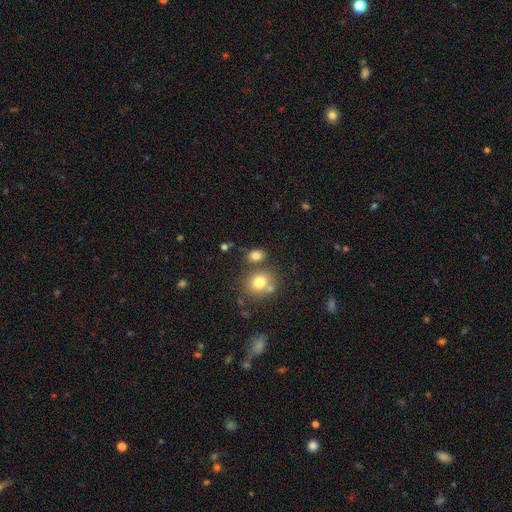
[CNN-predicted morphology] smooth-or-featured: smooth: 79% | star or artifact: 12% | featured or disk: 9%
  how-rounded: in between: 61% | round: 37% | cigar-shaped: 1%
  merging: none: 64% | merger: 19% | minor disturbance: 12% | major disturbance: 4%